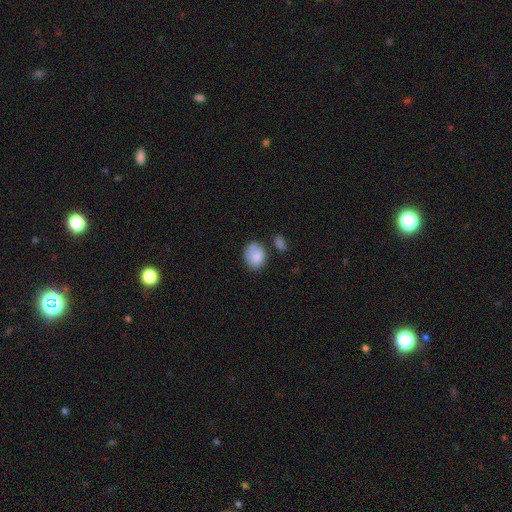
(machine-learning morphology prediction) Overall: smooth (83%). How rounded: in between (55%; round 44%). Merging: none (55%; minor disturbance 24%).